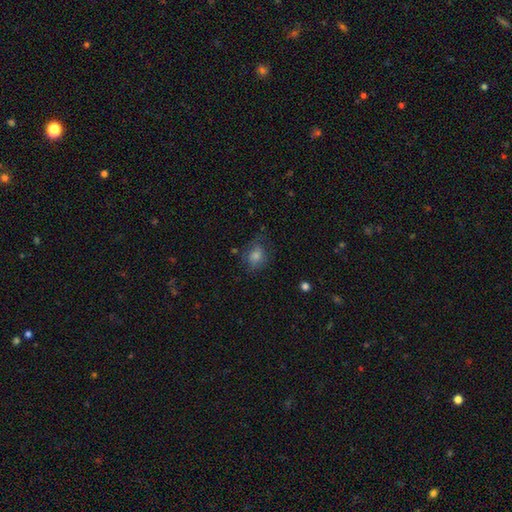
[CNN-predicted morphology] A smooth galaxy with no disk features (63%) that is round (61%).

Vote fractions:
- Smooth or featured? smooth: 63% / star or artifact: 20% / featured or disk: 17%
- How rounded? round: 61% / in between: 37% / cigar-shaped: 1%
- Merging? none: 65% / minor disturbance: 22% / major disturbance: 10% / merger: 2%